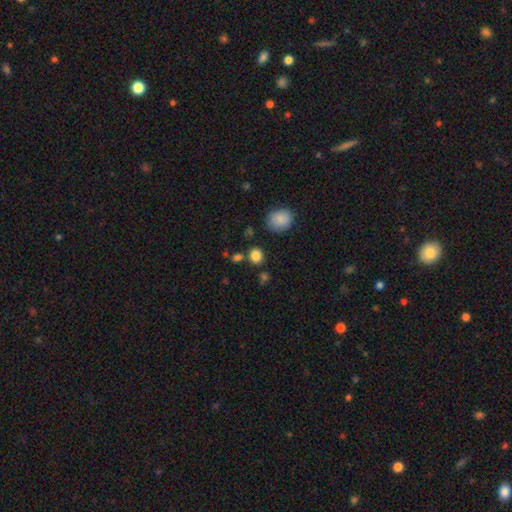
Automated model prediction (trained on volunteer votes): smooth-or-featured: smooth: 84% | star or artifact: 12% | featured or disk: 5%
  how-rounded: round: 73% | in between: 26% | cigar-shaped: 1%
  merging: none: 78% | minor disturbance: 10% | merger: 9% | major disturbance: 3%